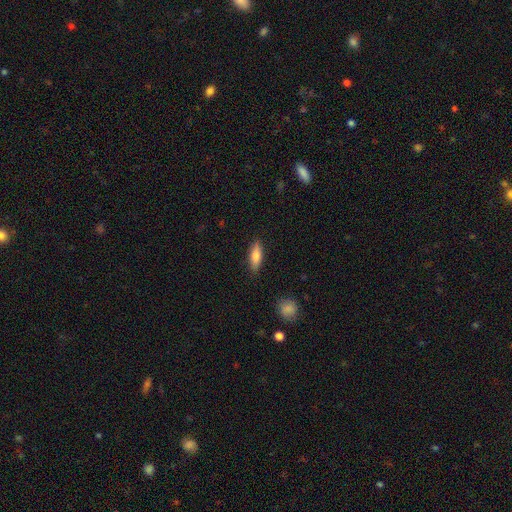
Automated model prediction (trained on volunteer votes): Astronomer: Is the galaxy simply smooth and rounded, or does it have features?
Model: smooth — 77%.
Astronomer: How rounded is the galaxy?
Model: in between — 59% (runner-up: cigar-shaped, 39%).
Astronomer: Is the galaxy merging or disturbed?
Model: none — 87%.